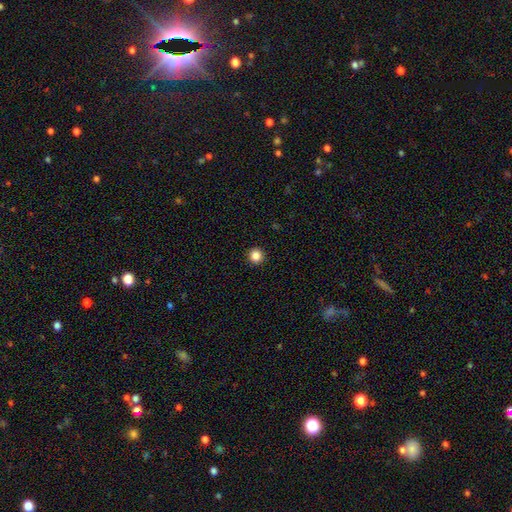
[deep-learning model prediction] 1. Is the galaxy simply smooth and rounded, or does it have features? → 85% smooth, 11% star or artifact, 3% featured or disk.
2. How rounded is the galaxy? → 95% round, 4% in between, 1% cigar-shaped.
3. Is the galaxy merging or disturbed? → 94% none, 4% minor disturbance, 1% major disturbance, 1% merger.